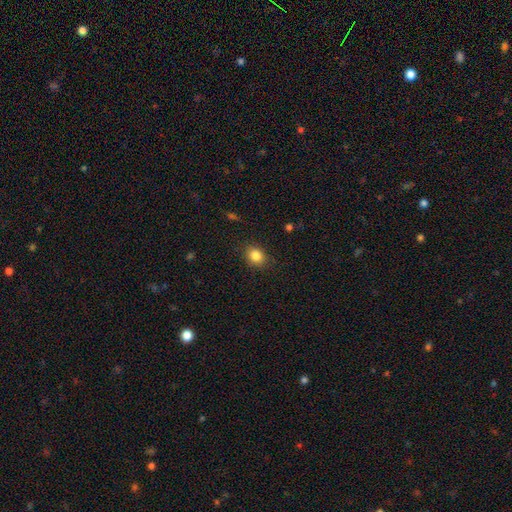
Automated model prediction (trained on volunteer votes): smooth 85%, star or artifact 10%, featured or disk 5%. Down the decision tree: how rounded — in between (51%); merging — none (85%).